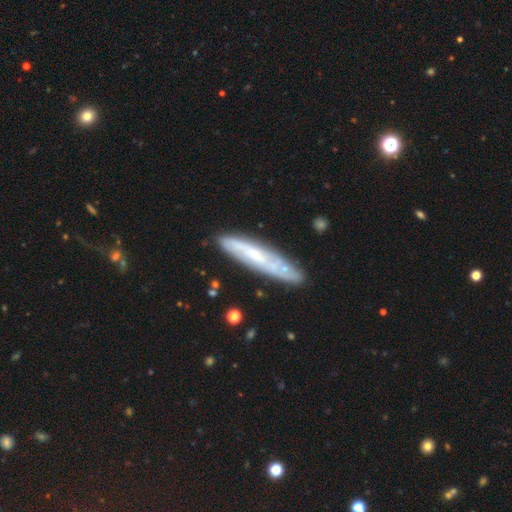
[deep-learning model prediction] Overall: featured or disk (61%; smooth 32%). Edge-on disk: yes (51%; no 49%). Merging: none (79%).